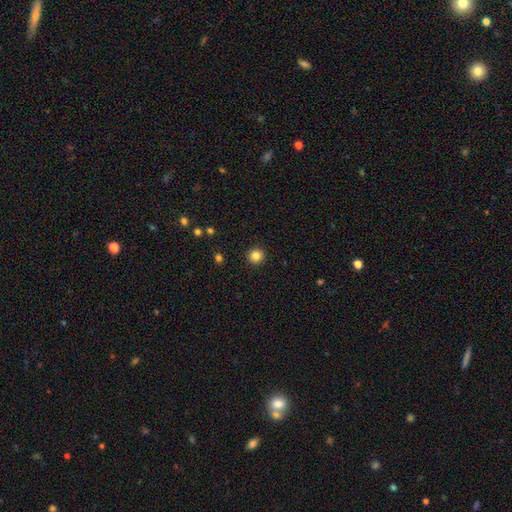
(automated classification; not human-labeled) Smooth or featured?
  - smooth: 85% *
  - star or artifact: 11%
  - featured or disk: 4%
How rounded?
  - round: 94% *
  - in between: 5%
  - cigar-shaped: 1%
Merging?
  - none: 93% *
  - minor disturbance: 4%
  - major disturbance: 2%
  - merger: 1%